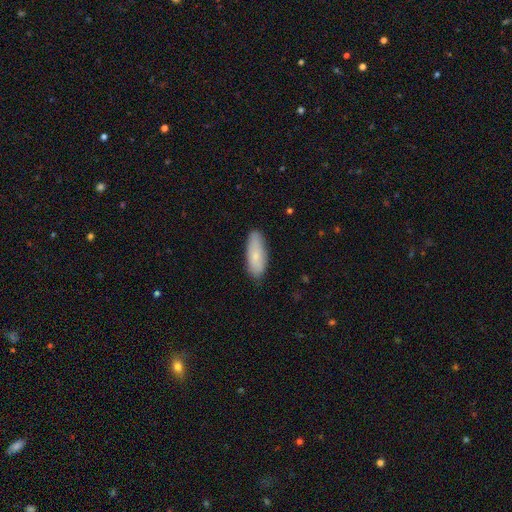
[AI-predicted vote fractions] Smooth or featured?
  - smooth: 75% *
  - featured or disk: 19%
  - star or artifact: 6%
How rounded?
  - in between: 70% *
  - cigar-shaped: 28%
  - round: 2%
Merging?
  - none: 82% *
  - minor disturbance: 15%
  - major disturbance: 2%
  - merger: 1%